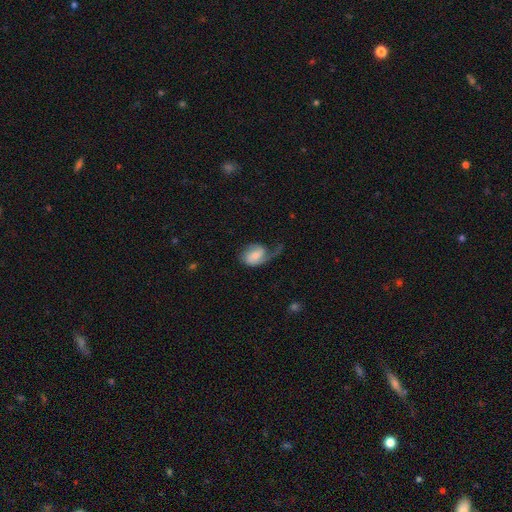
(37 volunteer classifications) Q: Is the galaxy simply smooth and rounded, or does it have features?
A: featured or disk — 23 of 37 (62%).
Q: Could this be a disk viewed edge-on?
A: no — 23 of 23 (100%).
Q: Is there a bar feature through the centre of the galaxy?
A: weak — 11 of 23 (48%).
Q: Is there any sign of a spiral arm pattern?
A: yes — 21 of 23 (91%).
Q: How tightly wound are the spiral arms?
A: loose — 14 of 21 (67%).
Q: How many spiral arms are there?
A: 1 — 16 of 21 (76%).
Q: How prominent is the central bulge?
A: moderate — 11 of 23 (48%).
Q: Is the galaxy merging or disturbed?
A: major disturbance — 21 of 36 (58%).